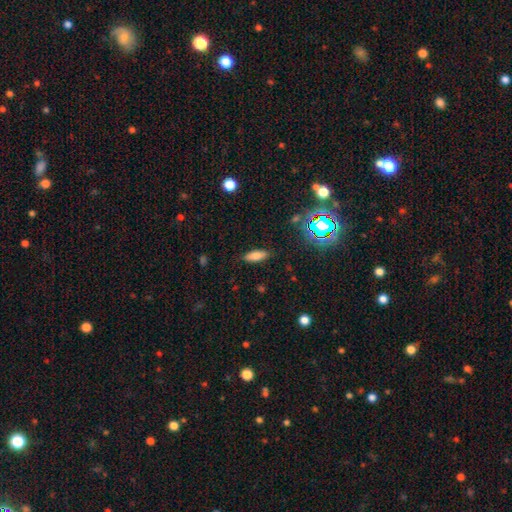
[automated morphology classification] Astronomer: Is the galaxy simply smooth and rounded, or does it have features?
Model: smooth — 77%.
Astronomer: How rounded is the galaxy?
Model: in between — 72%.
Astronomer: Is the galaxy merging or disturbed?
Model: none — 85%.